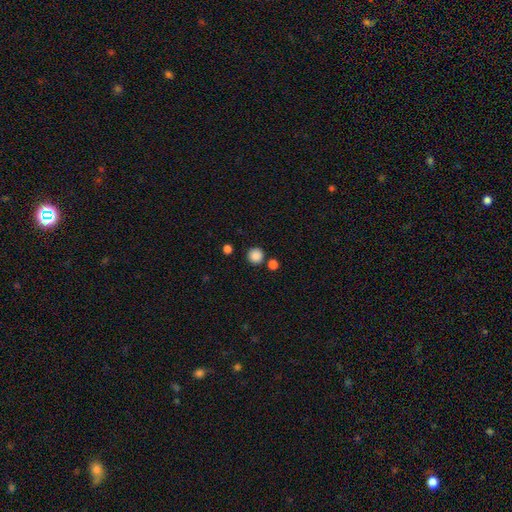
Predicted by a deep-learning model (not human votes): Q: Smooth or featured?
A: smooth (87%); runner-up: star or artifact (10%)
Q: How rounded?
A: round (95%); runner-up: in between (5%)
Q: Merging?
A: none (83%); runner-up: merger (7%)